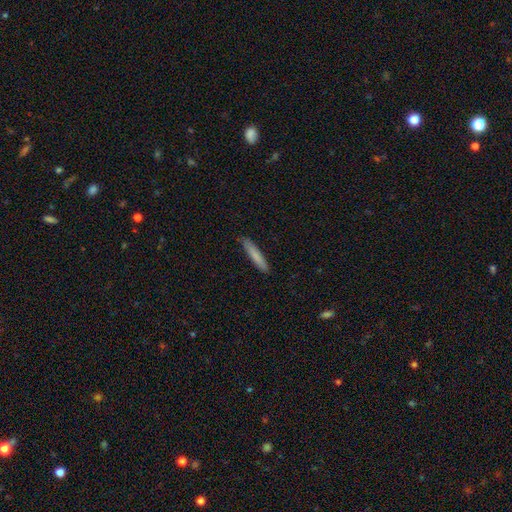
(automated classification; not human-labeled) A smooth galaxy with no disk features (80%) that is cigar-shaped (93%). Merging: none (88%).